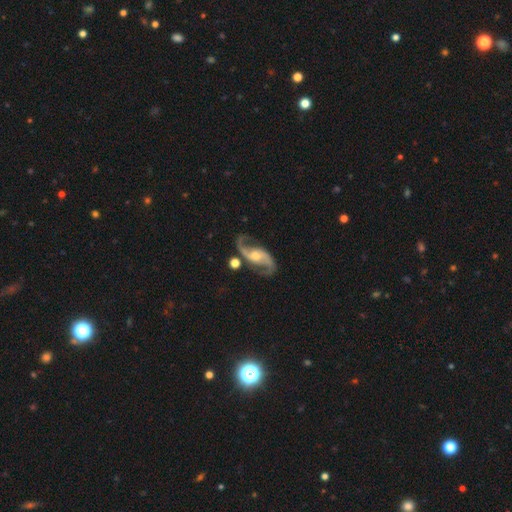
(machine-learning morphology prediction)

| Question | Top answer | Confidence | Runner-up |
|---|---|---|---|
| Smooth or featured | featured or disk | 92% | star or artifact (5%) |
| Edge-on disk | no | 97% | yes (3%) |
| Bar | no | 44% | weak (38%) |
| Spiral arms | yes | 98% | no (2%) |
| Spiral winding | medium | 45% | tied: loose (45%) |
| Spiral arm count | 2 | 94% | can't tell (2%) |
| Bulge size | moderate | 57% | small (33%) |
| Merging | none | 76% | minor disturbance (13%) |